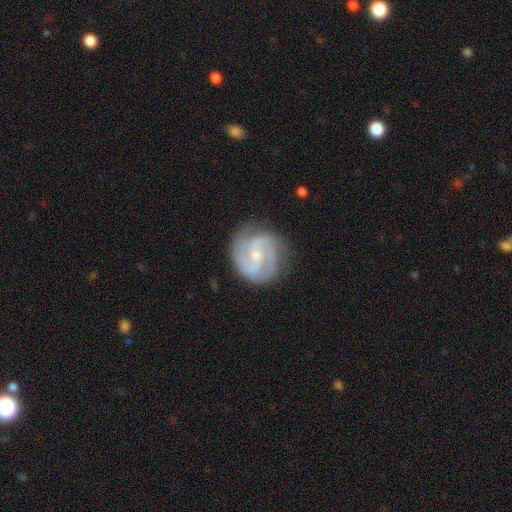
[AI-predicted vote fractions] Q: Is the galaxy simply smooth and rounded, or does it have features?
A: featured or disk — 87%.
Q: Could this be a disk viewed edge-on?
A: no — 98%.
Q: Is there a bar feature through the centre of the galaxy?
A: no — 49%.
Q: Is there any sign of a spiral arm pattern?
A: yes — 97%.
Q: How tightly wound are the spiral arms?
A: medium — 50%.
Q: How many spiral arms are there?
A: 2 — 45%.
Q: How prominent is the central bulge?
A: small — 70%.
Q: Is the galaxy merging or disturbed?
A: none — 78%.